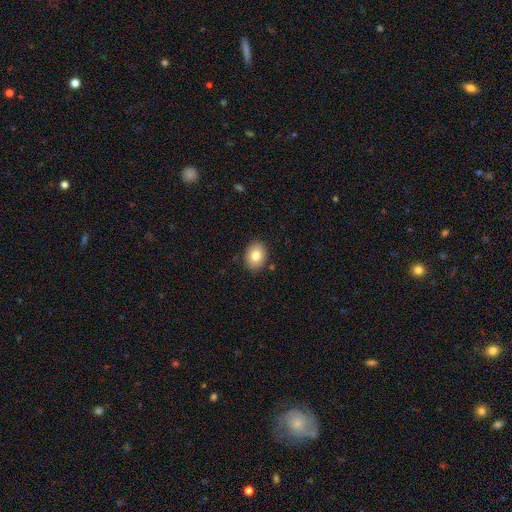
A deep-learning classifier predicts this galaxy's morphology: A smooth galaxy with no disk features (80%) that is in between round and cigar-shaped (57%).

Vote fractions:
- Smooth or featured? smooth: 80% / featured or disk: 11% / star or artifact: 9%
- How rounded? in between: 57% / round: 42% / cigar-shaped: 1%
- Merging? none: 88% / minor disturbance: 9% / major disturbance: 2% / merger: 2%